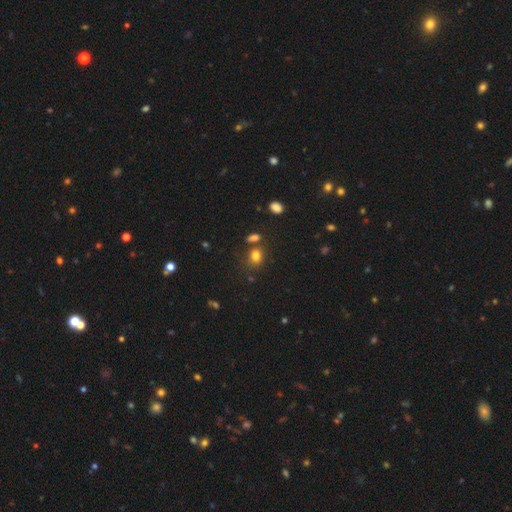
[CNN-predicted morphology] Smooth or featured? Predicted: smooth (p=0.79). How rounded? Predicted: in between (p=0.57). Merging? Predicted: none (p=0.65).